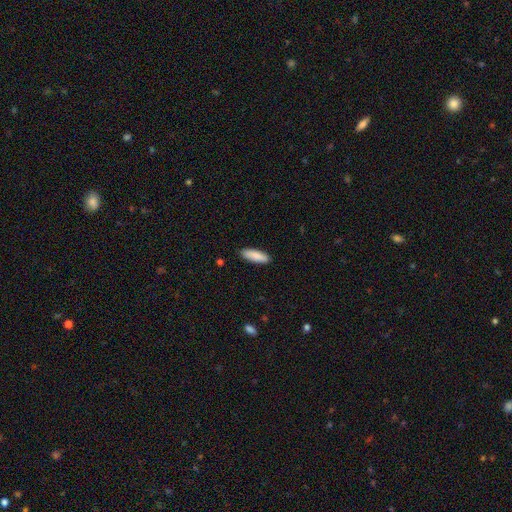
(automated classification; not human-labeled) This is clearly a smooth galaxy (89%). How rounded: possibly in between (51%). Merging: clearly none (90%).